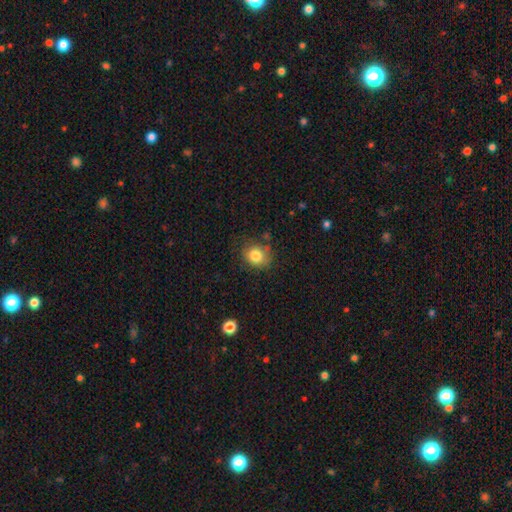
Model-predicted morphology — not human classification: smooth-or-featured: smooth: 82% | star or artifact: 10% | featured or disk: 8%
  how-rounded: round: 71% | in between: 28% | cigar-shaped: 1%
  merging: none: 75% | minor disturbance: 18% | major disturbance: 5% | merger: 3%